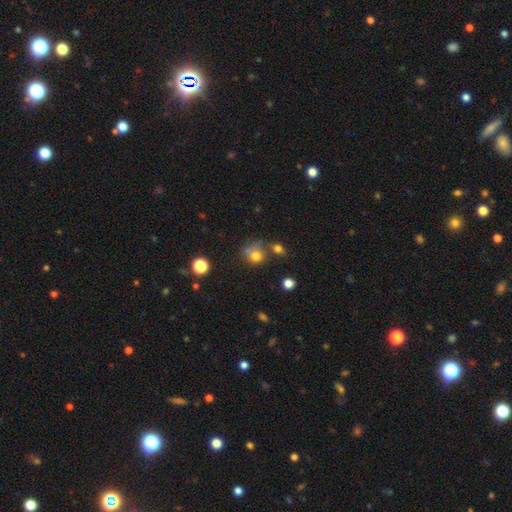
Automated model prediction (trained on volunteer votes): This appears to be a smooth galaxy with no disk features (74%) that is round (77%). Merging: none (43%).